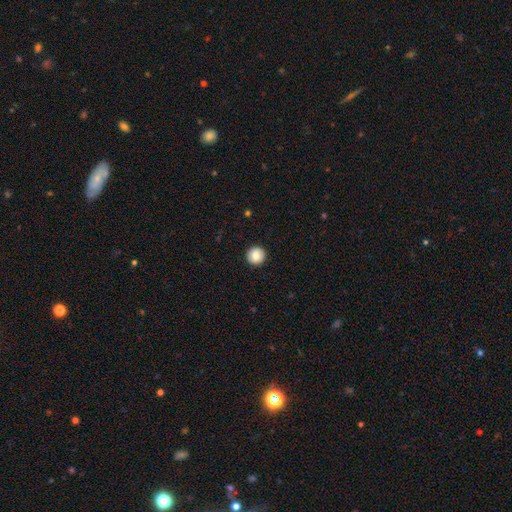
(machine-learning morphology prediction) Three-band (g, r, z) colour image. It shows a smooth galaxy with no disk features (83%) that is round (95%). Merging: none (92%).